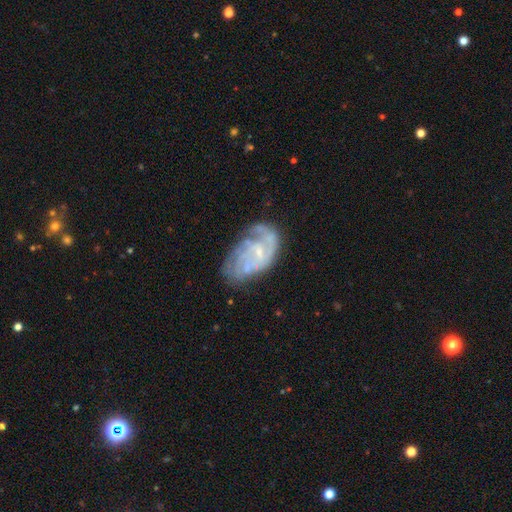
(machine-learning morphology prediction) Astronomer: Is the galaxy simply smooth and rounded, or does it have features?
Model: featured or disk — 67%.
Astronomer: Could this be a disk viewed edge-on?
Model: no — 96%.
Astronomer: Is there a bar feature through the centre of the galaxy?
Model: no — 62%.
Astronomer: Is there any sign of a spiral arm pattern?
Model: yes — 76%.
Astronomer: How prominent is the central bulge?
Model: small — 66%.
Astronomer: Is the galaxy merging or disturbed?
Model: none — 52%.